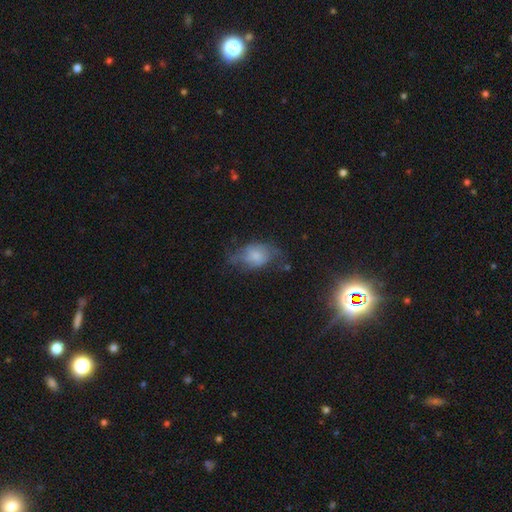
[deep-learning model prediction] Smooth or featured? smooth (53%)
How rounded? in between (81%)
Merging? none (36%)